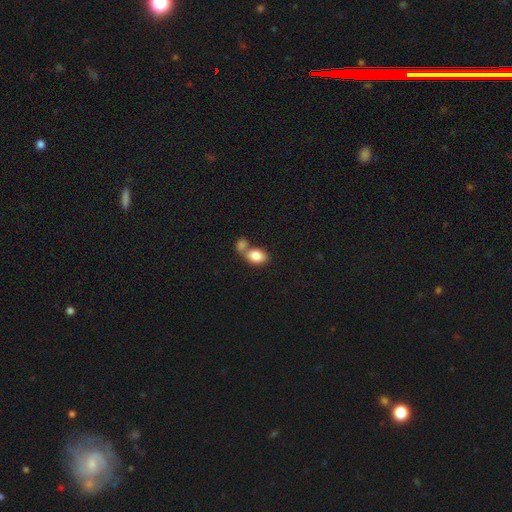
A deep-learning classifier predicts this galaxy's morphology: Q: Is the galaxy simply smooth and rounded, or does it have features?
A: smooth — 85%.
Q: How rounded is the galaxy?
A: in between — 79%.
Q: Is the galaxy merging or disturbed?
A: merger — 54%.